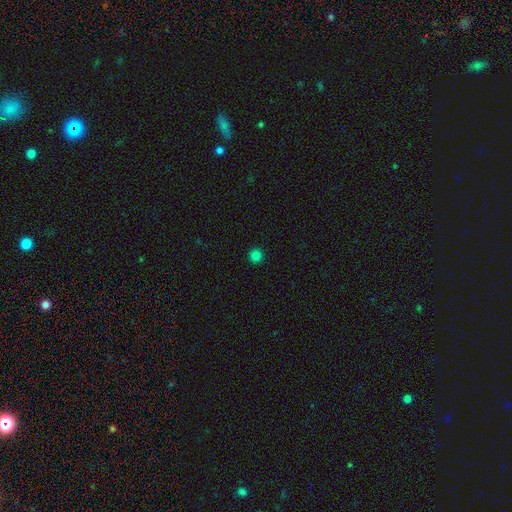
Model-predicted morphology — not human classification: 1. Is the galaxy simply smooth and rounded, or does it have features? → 83% smooth, 14% star or artifact, 3% featured or disk.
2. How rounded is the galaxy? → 96% round, 3% in between, 1% cigar-shaped.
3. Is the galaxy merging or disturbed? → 94% none, 4% minor disturbance, 1% major disturbance, 1% merger.